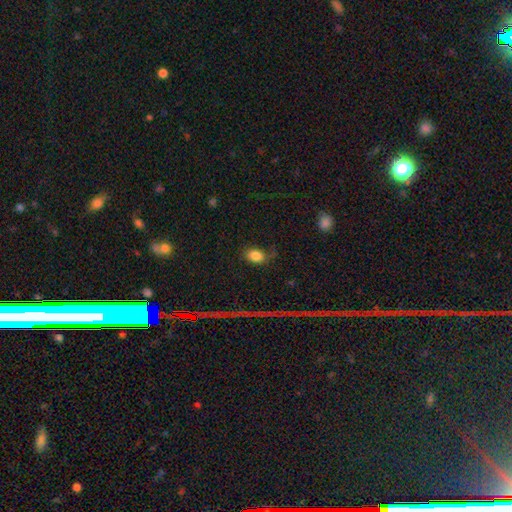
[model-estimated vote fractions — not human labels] This appears to be a smooth galaxy with no disk features (81%) that is in between round and cigar-shaped (70%). Merging: none (60%).